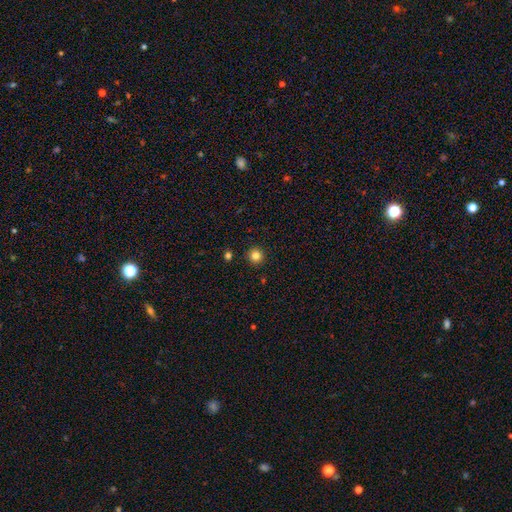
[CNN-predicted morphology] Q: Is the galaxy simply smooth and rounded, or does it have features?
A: smooth — 82%.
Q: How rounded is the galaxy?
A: round — 95%.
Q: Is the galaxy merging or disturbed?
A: none — 92%.